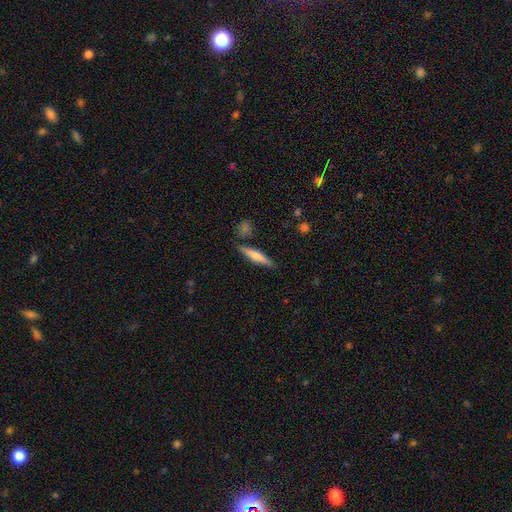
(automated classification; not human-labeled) smooth 54%, featured or disk 39%, star or artifact 6%. Down the decision tree: how rounded — cigar-shaped (85%); merging — none (83%).